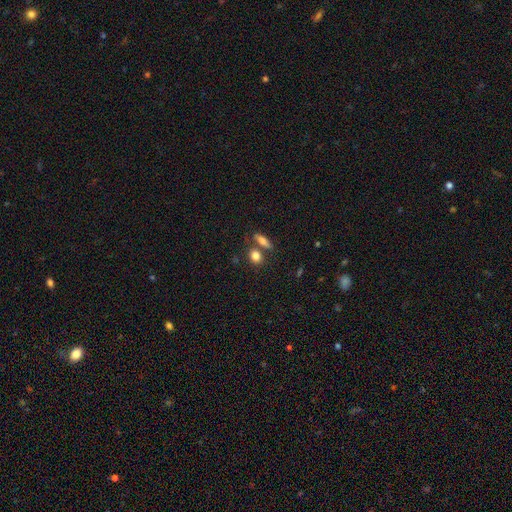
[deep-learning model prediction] Smooth or featured? Predicted: smooth (p=0.82). How rounded? Predicted: round (p=0.49). Merging? Predicted: none (p=0.63).